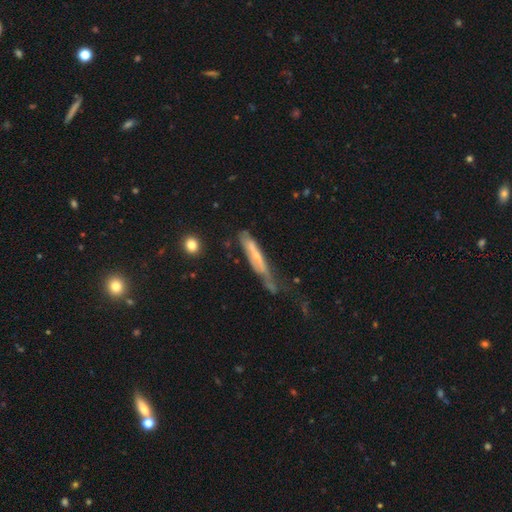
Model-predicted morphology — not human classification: A featured or disk galaxy (58%) viewed edge-on (59%).

Vote fractions:
- Smooth or featured? featured or disk: 58% / smooth: 35% / star or artifact: 7%
- Edge-on disk? yes: 59% / no: 41%
- Merging? minor disturbance: 32% (tied) / major disturbance: 32% (tied) / none: 30% / merger: 7%